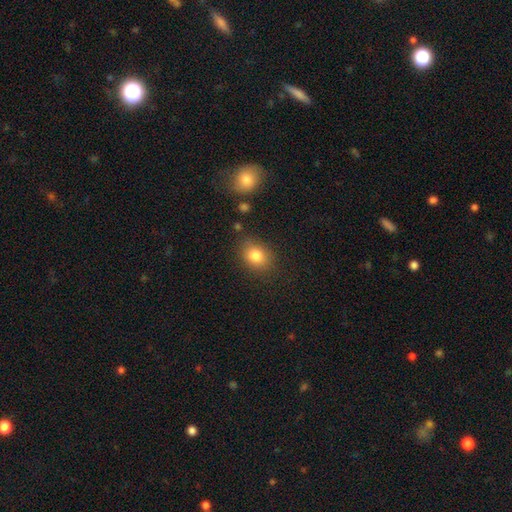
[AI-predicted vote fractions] This appears to be a smooth galaxy with no disk features (82%) that is round (54%). Merging: none (82%).